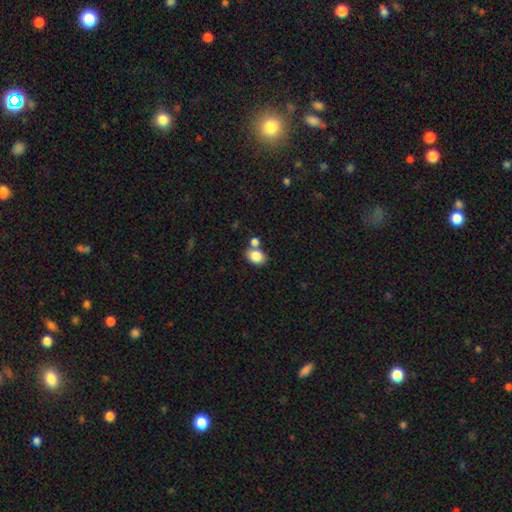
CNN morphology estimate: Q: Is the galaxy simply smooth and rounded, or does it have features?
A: smooth — 84%.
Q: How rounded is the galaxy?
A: in between — 65%.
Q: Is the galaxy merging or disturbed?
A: none — 56%.